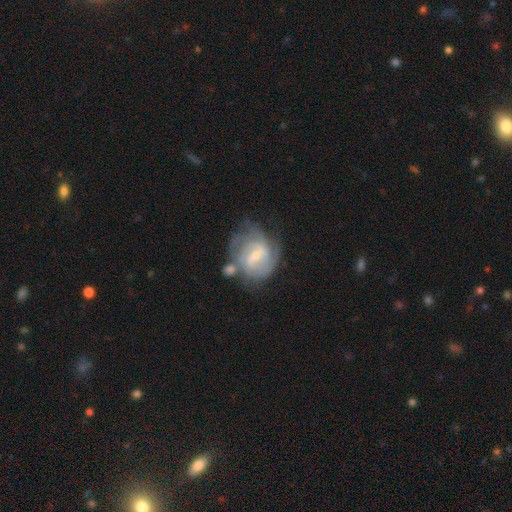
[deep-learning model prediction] This appears to be a featured or disk galaxy (84%) with a weak bar (58%), 2 (30%) tight (55%) spiral arms (94%) and a small central bulge (67%). Merging: none (50%).